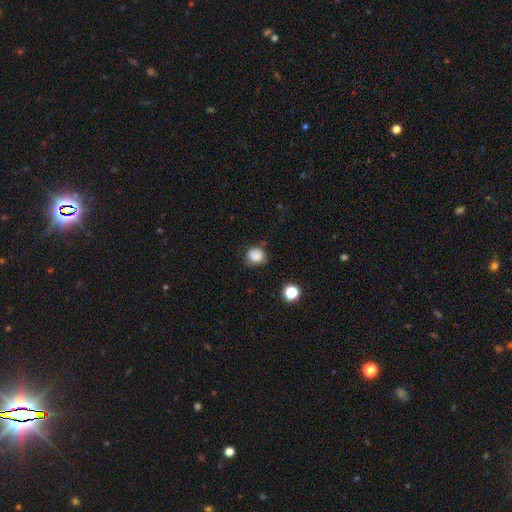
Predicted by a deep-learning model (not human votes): Morphology: type=smooth (83%); roundness=round (73%); merging=none (64%).